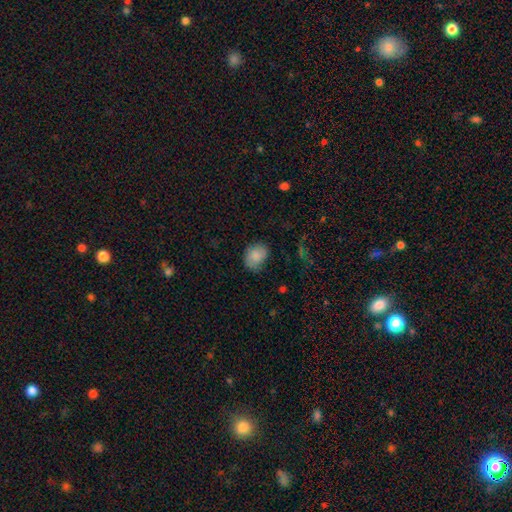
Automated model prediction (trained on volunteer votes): Smooth or featured? smooth (84%)
How rounded? in between (59%)
Merging? none (64%)